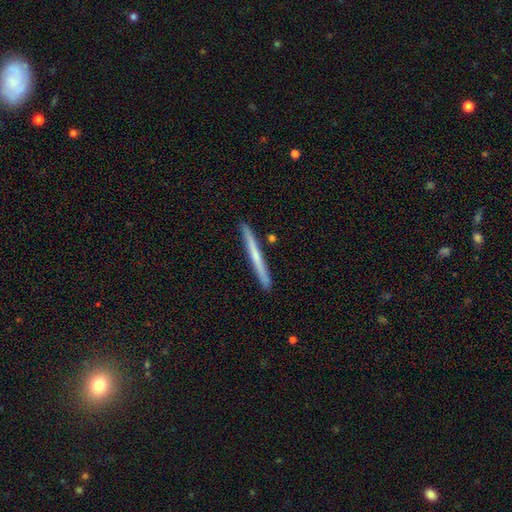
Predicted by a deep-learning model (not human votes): Smooth or featured?
  - smooth: 51% *
  - featured or disk: 43%
  - star or artifact: 5%
How rounded?
  - cigar-shaped: 97% *
  - in between: 1%
  - round: 1%
Merging?
  - none: 92% *
  - minor disturbance: 6%
  - merger: 1%
  - major disturbance: 1%